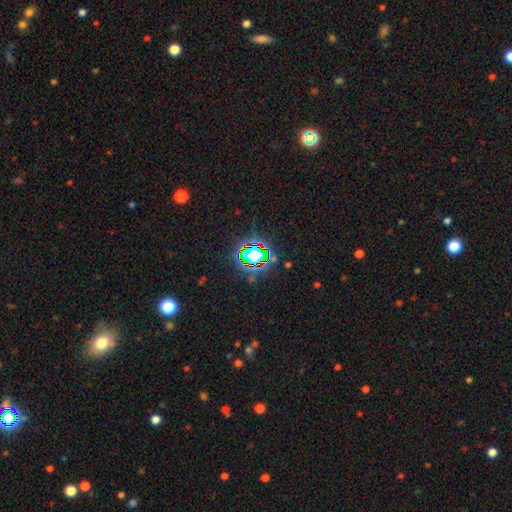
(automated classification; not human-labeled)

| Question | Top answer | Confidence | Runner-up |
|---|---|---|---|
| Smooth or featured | star or artifact | 69% | smooth (18%) |